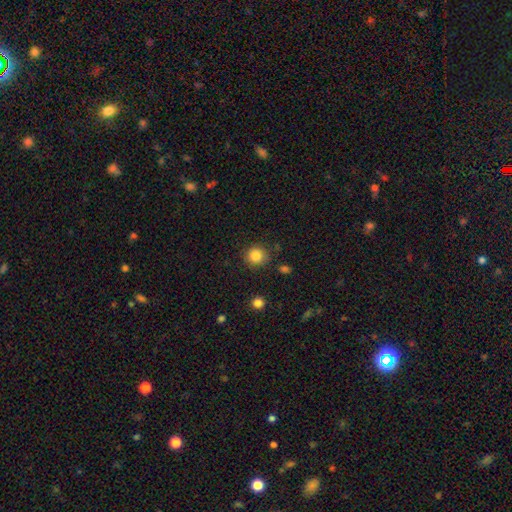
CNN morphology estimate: Smooth or featured? Predicted: smooth (p=0.83). How rounded? Predicted: round (p=0.89). Merging? Predicted: none (p=0.85).